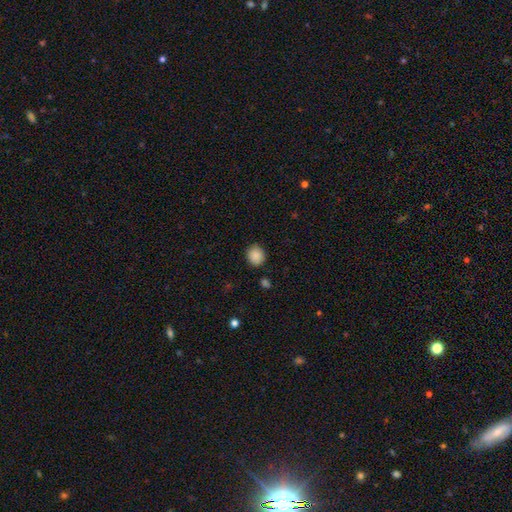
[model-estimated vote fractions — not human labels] Smooth or featured: smooth — 88% (star or artifact — 9%)
How rounded: round — 77% (in between — 22%)
Merging: none — 86% (minor disturbance — 10%)